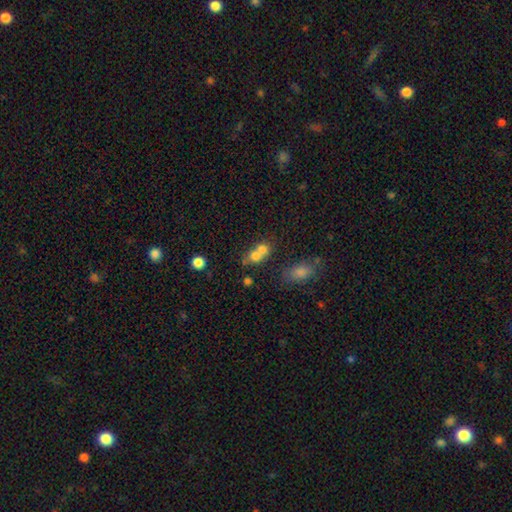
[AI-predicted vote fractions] Q: Smooth or featured?
A: smooth (71%); runner-up: featured or disk (17%)
Q: How rounded?
A: round (61%); runner-up: in between (38%)
Q: Merging?
A: merger (65%); runner-up: none (25%)